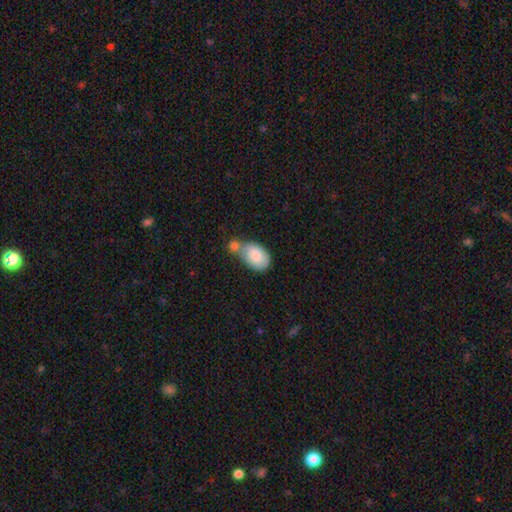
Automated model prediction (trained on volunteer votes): Smooth or featured?
  - smooth: 83% *
  - featured or disk: 11%
  - star or artifact: 6%
How rounded?
  - in between: 89% *
  - round: 9%
  - cigar-shaped: 1%
Merging?
  - merger: 44% *
  - none: 30%
  - minor disturbance: 19%
  - major disturbance: 7%